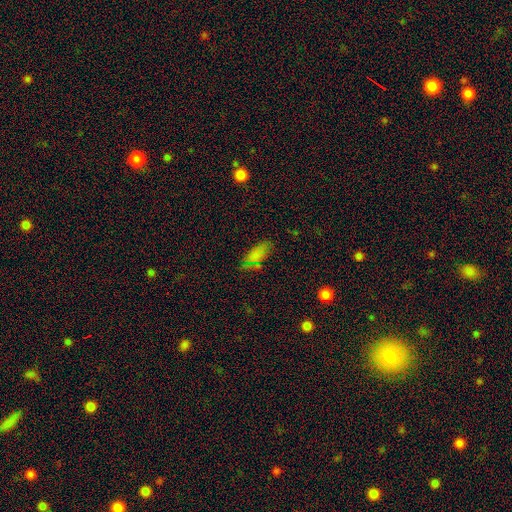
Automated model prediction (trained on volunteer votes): A smooth galaxy with no disk features (70%) that is in between round and cigar-shaped (88%). Merging: none (73%).